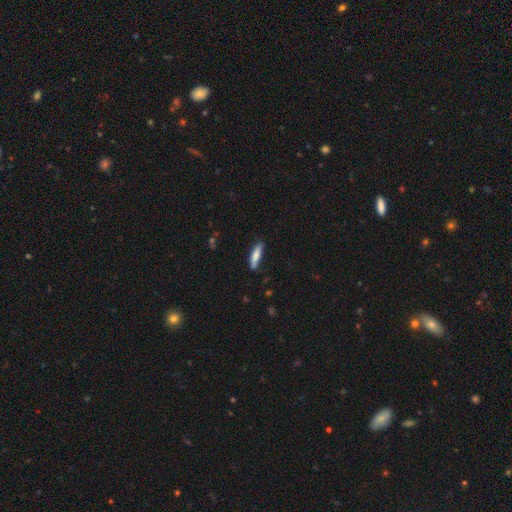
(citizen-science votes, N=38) Overall: smooth (76%). How rounded: cigar-shaped (83%). Merging: none (81%).